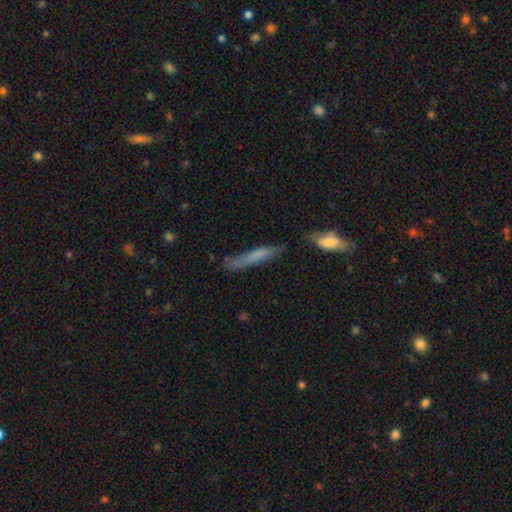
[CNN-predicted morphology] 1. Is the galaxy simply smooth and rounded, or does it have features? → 64% smooth, 28% featured or disk, 8% star or artifact.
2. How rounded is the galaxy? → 91% cigar-shaped, 7% in between, 2% round.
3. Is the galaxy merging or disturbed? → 61% none, 21% minor disturbance, 11% merger, 7% major disturbance.